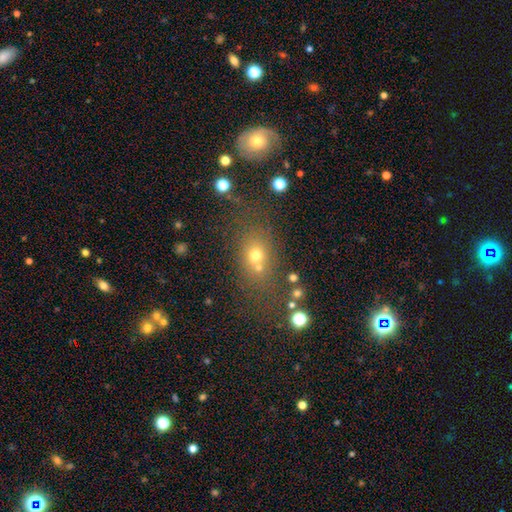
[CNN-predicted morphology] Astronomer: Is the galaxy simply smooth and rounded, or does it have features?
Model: smooth — 62%.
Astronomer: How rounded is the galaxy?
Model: in between — 50% (runner-up: round, 46%).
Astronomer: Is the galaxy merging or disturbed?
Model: none — 56%.